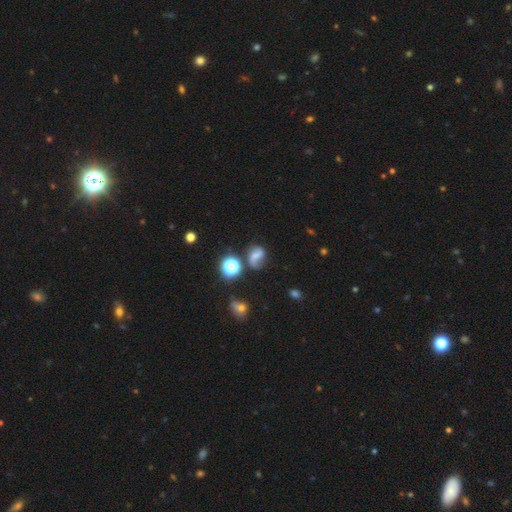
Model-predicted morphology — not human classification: Overall: featured or disk (48%; smooth 33%). Merging: none (52%; minor disturbance 22%).